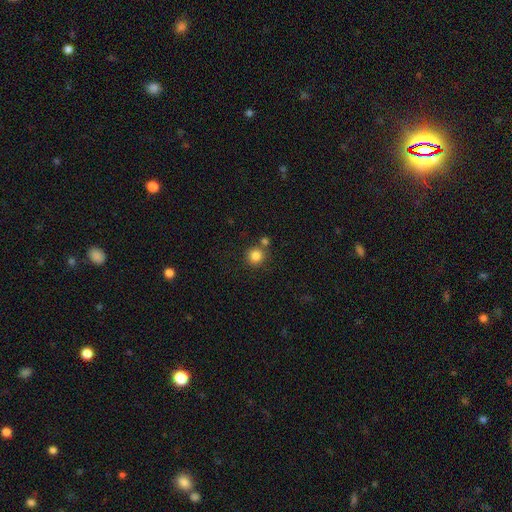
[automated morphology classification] type=smooth (84%); roundness=round (94%); merging=none (73%).